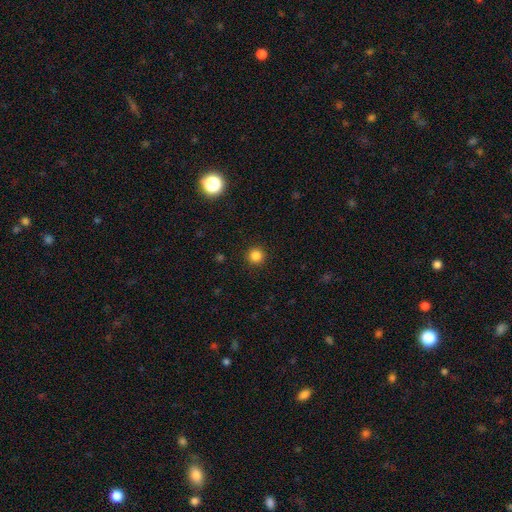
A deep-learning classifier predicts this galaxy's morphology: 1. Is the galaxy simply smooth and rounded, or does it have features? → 84% smooth, 13% star or artifact, 4% featured or disk.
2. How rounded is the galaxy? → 96% round, 3% in between, 1% cigar-shaped.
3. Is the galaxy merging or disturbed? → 93% none, 5% minor disturbance, 2% major disturbance, 1% merger.